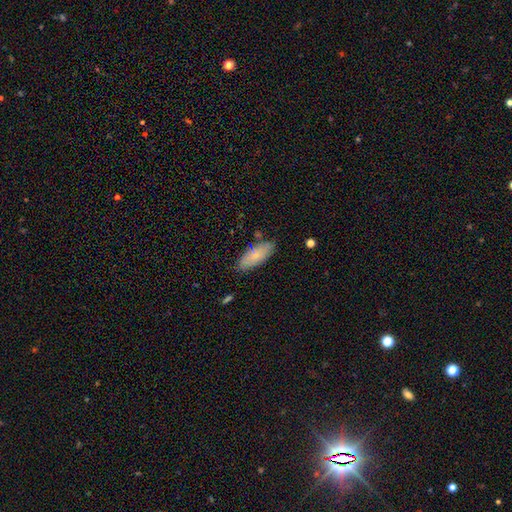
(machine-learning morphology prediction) This is likely a smooth galaxy (70%). How rounded: clearly in between (80%). Merging: likely none (79%).